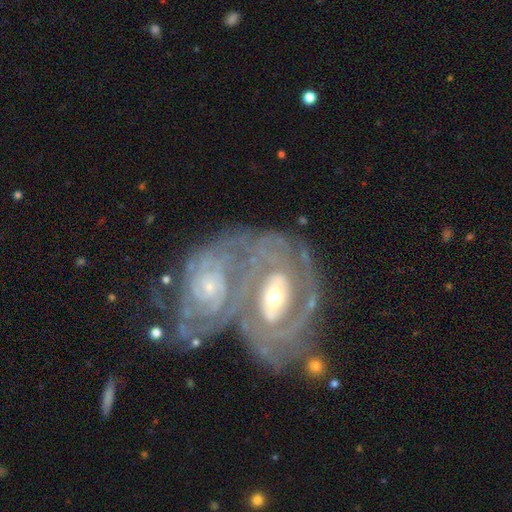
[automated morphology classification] Q: Smooth or featured?
A: featured or disk (87%); runner-up: smooth (7%)
Q: Edge-on disk?
A: no (96%); runner-up: yes (4%)
Q: Bar?
A: no (48%); runner-up: weak (35%)
Q: Spiral arms?
A: yes (91%); runner-up: no (9%)
Q: Spiral winding?
A: tight (72%); runner-up: medium (22%)
Q: Spiral arm count?
A: can't tell (44%); runner-up: 2 (25%)
Q: Bulge size?
A: small (51%); runner-up: moderate (43%)
Q: Merging?
A: merger (70%); runner-up: none (17%)